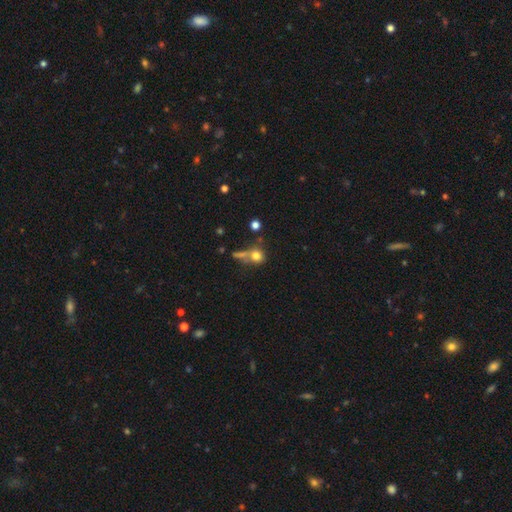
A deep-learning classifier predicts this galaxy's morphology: Smooth or featured?
  - smooth: 75% *
  - star or artifact: 13%
  - featured or disk: 12%
How rounded?
  - round: 75% *
  - in between: 22%
  - cigar-shaped: 3%
Merging?
  - none: 45% *
  - merger: 30%
  - minor disturbance: 14%
  - major disturbance: 11%